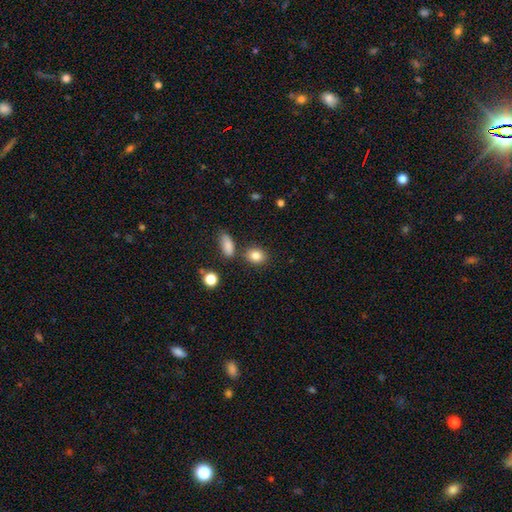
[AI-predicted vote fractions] Morphology: type=smooth (84%); roundness=in between (50%); merging=none (77%).